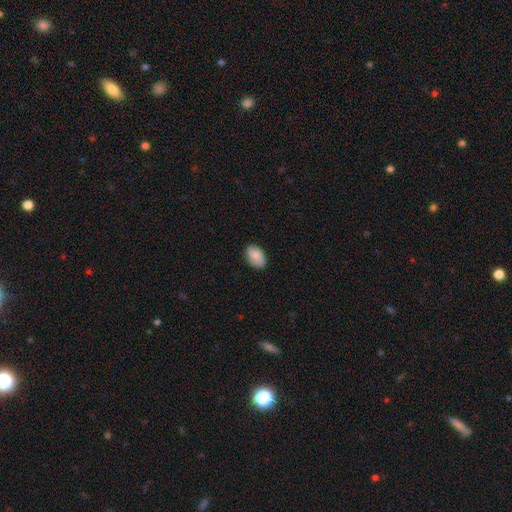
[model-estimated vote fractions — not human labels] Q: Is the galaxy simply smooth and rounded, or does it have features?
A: smooth — 84%.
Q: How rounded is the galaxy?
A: in between — 89%.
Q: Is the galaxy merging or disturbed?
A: none — 82%.